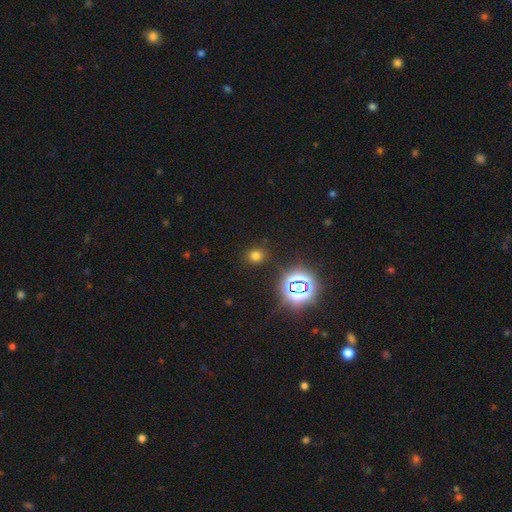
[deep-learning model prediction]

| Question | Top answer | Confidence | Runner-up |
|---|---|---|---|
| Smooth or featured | smooth | 69% | star or artifact (25%) |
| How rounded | round | 78% | in between (21%) |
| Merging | none | 86% | minor disturbance (8%) |